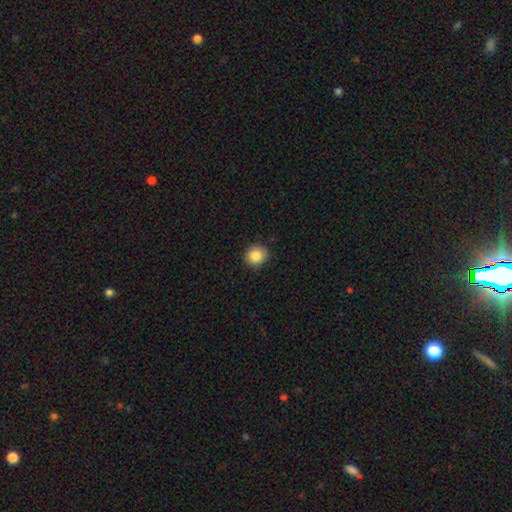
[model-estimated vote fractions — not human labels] This appears to be a smooth galaxy with no disk features (86%) that is round (87%). Merging: none (87%).